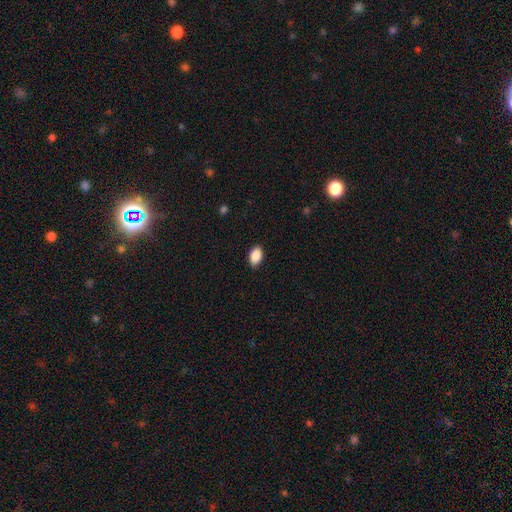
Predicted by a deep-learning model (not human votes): smooth 89%, star or artifact 7%, featured or disk 4%. Down the decision tree: how rounded — in between (92%); merging — none (88%).